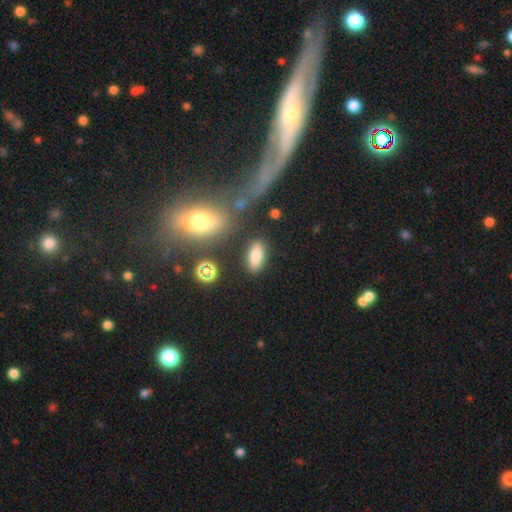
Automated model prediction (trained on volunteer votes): The model was most divided on "how rounded": in between: 80%, cigar-shaped: 15%, round: 5%. More confident: merging — none (84%); smooth or featured — smooth (77%).